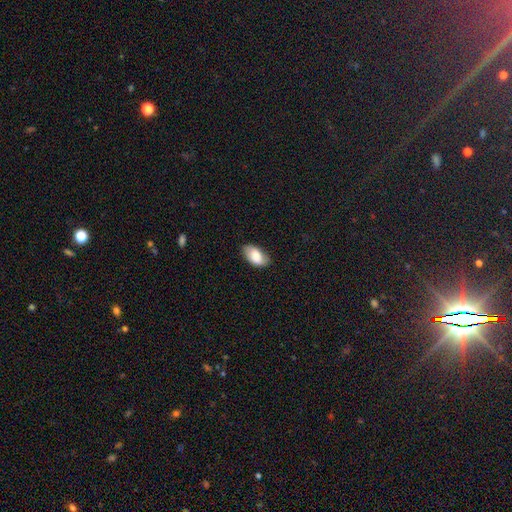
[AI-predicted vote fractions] The model was most divided on "merging": none: 76%, minor disturbance: 19%, major disturbance: 4%, merger: 1%. More confident: how rounded — in between (95%); smooth or featured — smooth (79%).